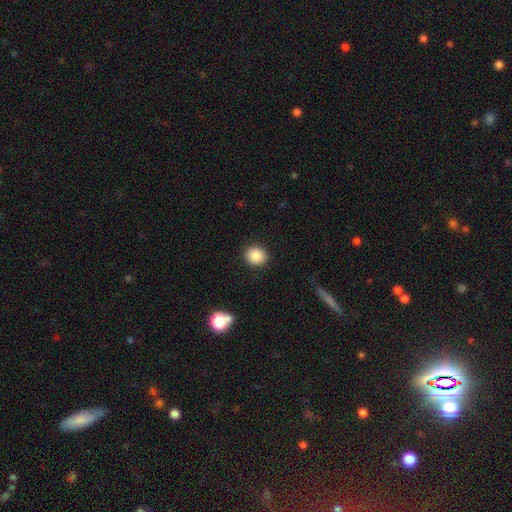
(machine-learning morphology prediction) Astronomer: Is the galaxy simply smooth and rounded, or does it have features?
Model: smooth — 86%.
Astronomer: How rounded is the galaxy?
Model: round — 80%.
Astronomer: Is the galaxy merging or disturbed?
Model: none — 91%.